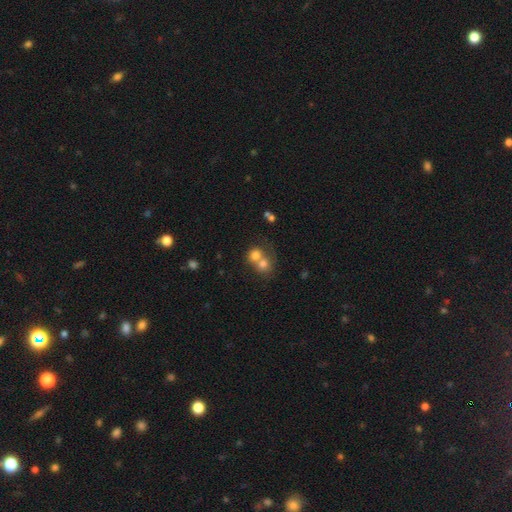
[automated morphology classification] Overall: smooth (73%). How rounded: round (74%). Merging: merger (66%; none 26%).